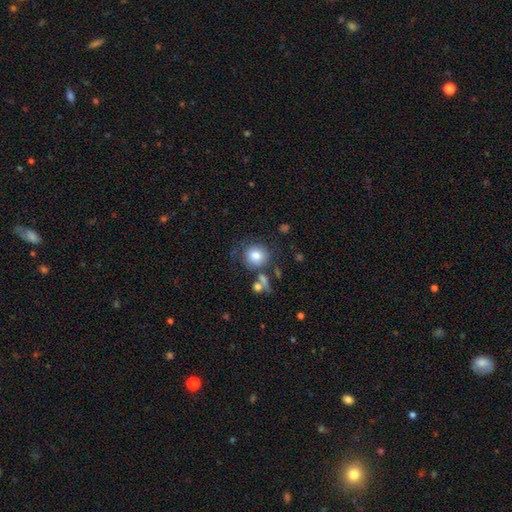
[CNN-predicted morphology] Smooth or featured?
  - smooth: 79% *
  - featured or disk: 11%
  - star or artifact: 10%
How rounded?
  - round: 87% *
  - in between: 12%
  - cigar-shaped: 1%
Merging?
  - none: 68% *
  - minor disturbance: 15%
  - merger: 10%
  - major disturbance: 7%